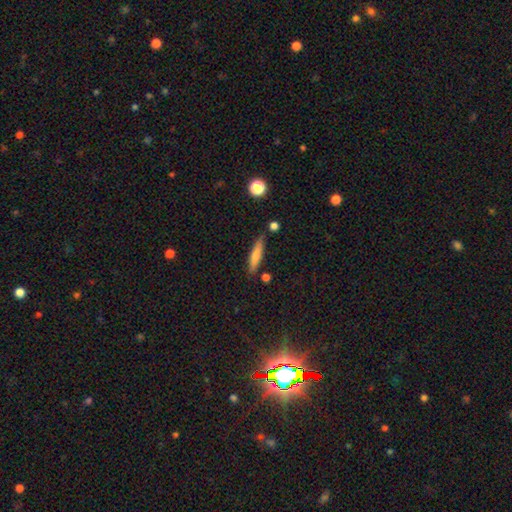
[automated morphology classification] smooth 72%, featured or disk 21%, star or artifact 7%. Down the decision tree: how rounded — cigar-shaped (86%); merging — none (79%).